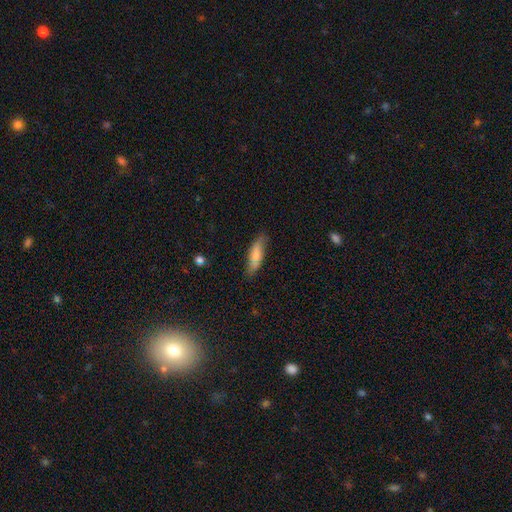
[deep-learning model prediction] A smooth galaxy with no disk features (75%) that is cigar-shaped (49%, tied with in between). Merging: none (69%).